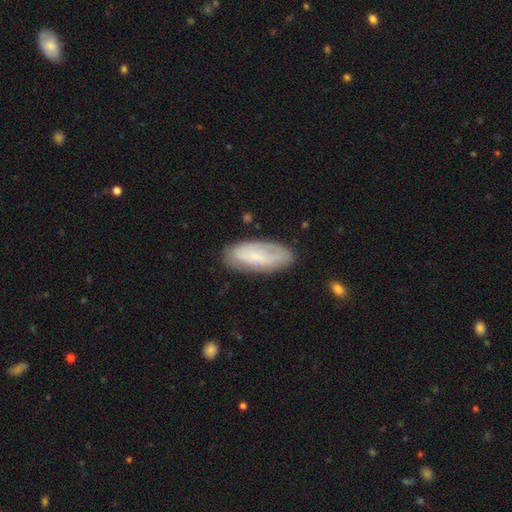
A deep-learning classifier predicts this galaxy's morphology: Smooth or featured? smooth (58%)
How rounded? in between (83%)
Merging? none (74%)